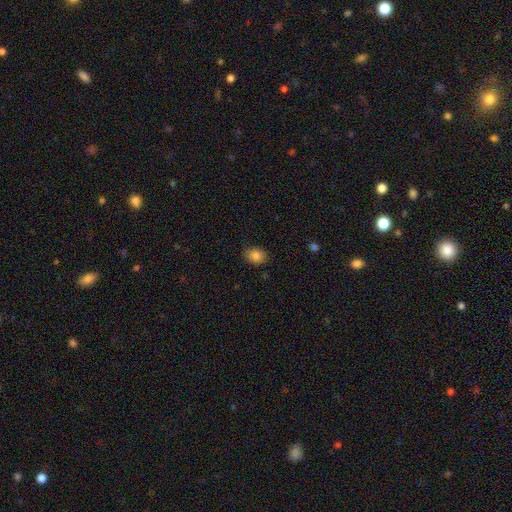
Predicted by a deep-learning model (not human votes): smooth 84%, star or artifact 10%, featured or disk 6%. Down the decision tree: how rounded — in between (61%); merging — none (83%).